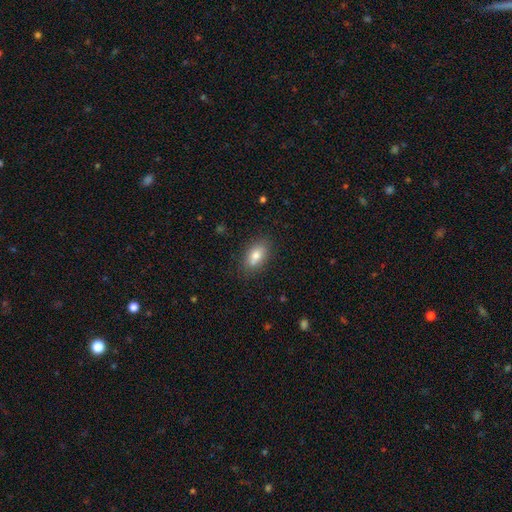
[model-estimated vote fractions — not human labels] Smooth or featured? Predicted: smooth (p=0.79). How rounded? Predicted: in between (p=0.88). Merging? Predicted: none (p=0.77).